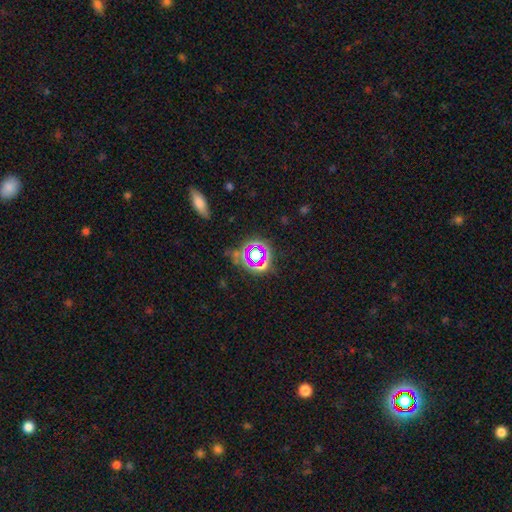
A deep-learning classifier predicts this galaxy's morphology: type=star or artifact (64%).